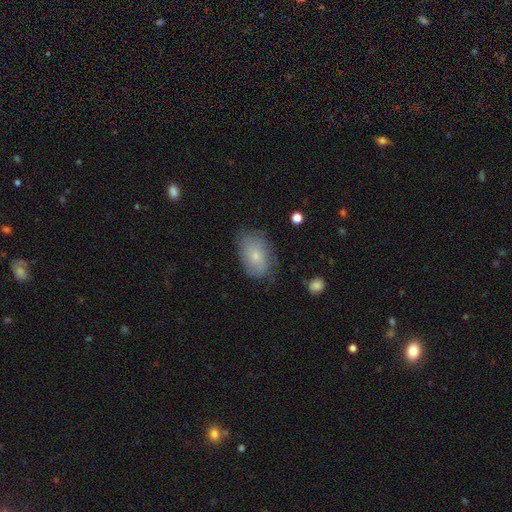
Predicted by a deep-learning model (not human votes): The model was most divided on "smooth or featured": smooth: 59%, featured or disk: 33%, star or artifact: 8%. More confident: how rounded — in between (88%); merging — none (64%).